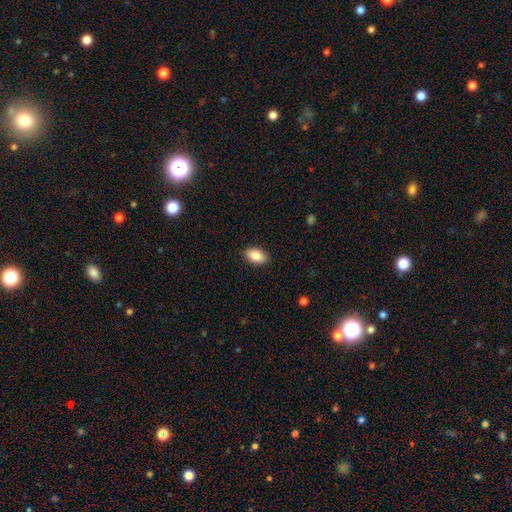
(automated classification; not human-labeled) Smooth or featured? smooth (87%)
How rounded? in between (92%)
Merging? none (89%)